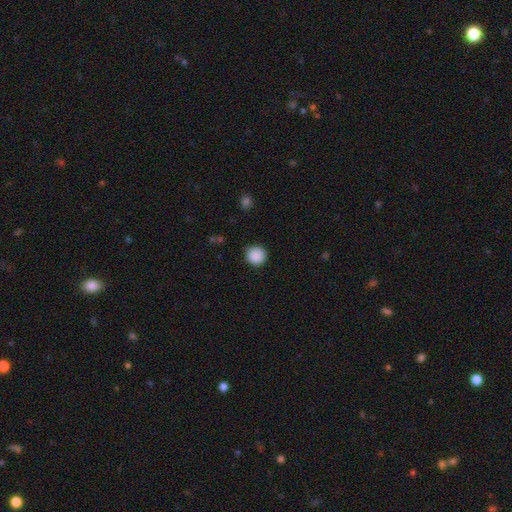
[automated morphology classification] smooth-or-featured: smooth: 89% | star or artifact: 9% | featured or disk: 3%
  how-rounded: round: 94% | in between: 5% | cigar-shaped: 1%
  merging: none: 88% | minor disturbance: 9% | major disturbance: 2% | merger: 1%